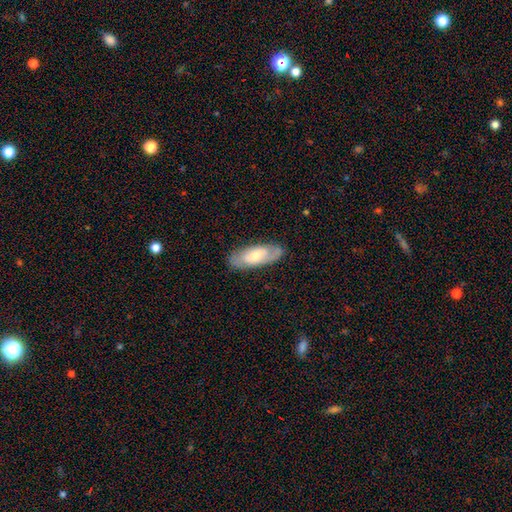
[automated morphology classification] smooth_or_featured: featured or disk (p=0.47) [tied with: smooth p=0.47]
merging: none (p=0.80) [alt: minor disturbance p=0.15]